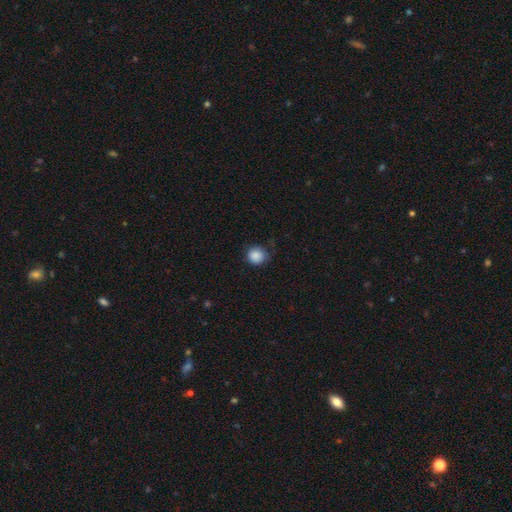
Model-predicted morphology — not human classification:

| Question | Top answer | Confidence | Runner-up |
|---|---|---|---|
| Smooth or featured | smooth | 87% | star or artifact (9%) |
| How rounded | round | 89% | in between (10%) |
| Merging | none | 75% | minor disturbance (19%) |